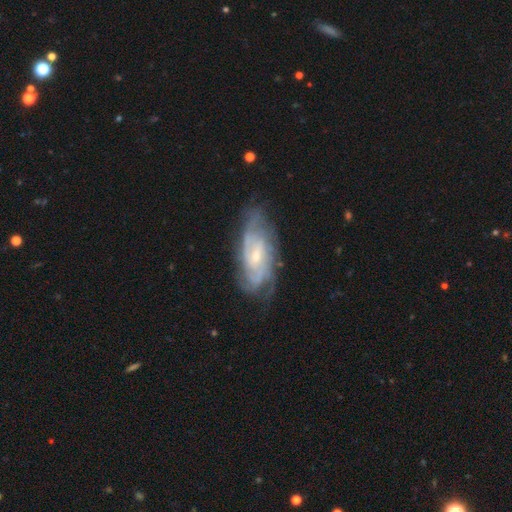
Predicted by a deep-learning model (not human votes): Overall: featured or disk (83%). Edge-on disk: no (92%). Bar: no (50%; weak 41%). Spiral arms: yes (94%). Spiral arm count: can't tell (40%; 2 19%). Spiral winding: tight (59%; medium 33%). Bulge size: small (66%; moderate 29%). Merging: none (71%).